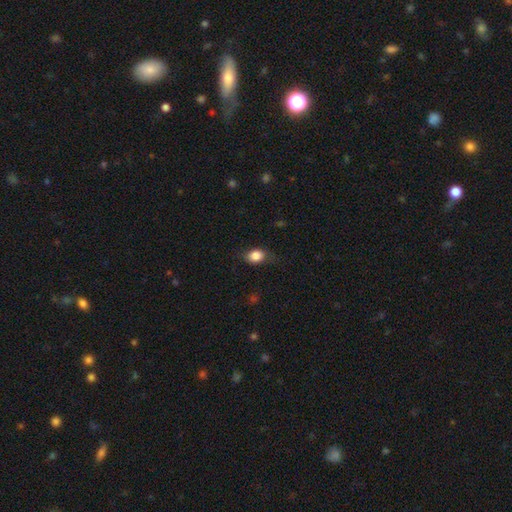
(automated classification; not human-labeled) Smooth or featured: smooth — 85% (star or artifact — 9%)
How rounded: in between — 63% (round — 35%)
Merging: none — 73% (minor disturbance — 20%)